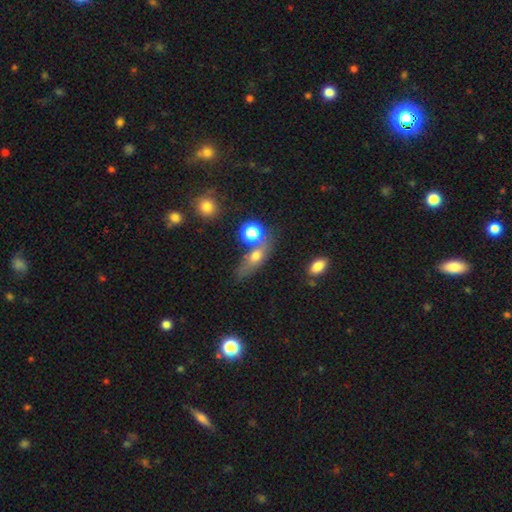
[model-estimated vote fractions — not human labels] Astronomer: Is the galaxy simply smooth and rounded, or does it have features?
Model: smooth — 62%.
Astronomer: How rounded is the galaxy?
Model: in between — 56%.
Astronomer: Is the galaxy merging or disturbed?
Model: none — 49% (runner-up: merger, 24%).